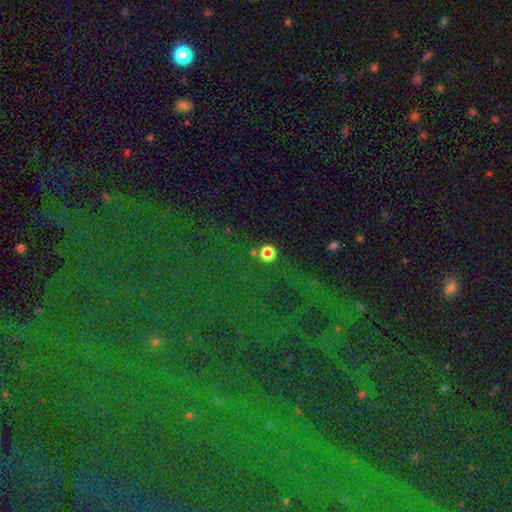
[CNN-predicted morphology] The model was most divided on "smooth or featured": star or artifact: 82%, smooth: 9%, featured or disk: 9%.